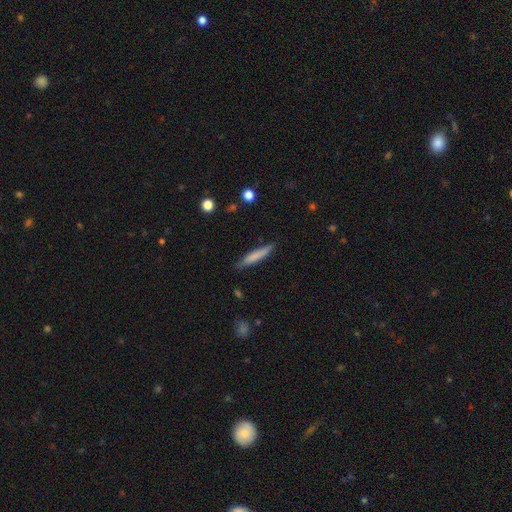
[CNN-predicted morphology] Overall: smooth (73%). How rounded: cigar-shaped (91%). Merging: none (81%).